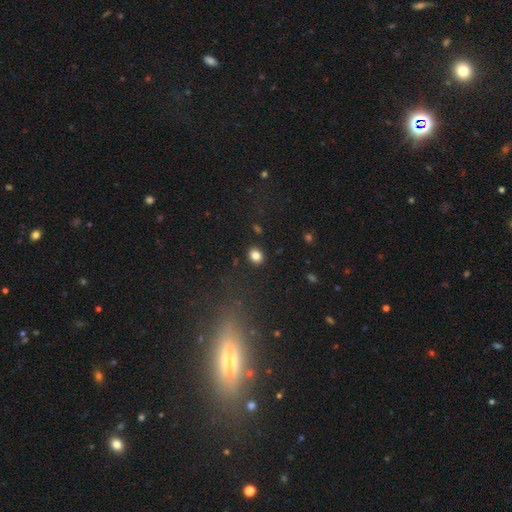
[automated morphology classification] This is clearly a smooth galaxy (83%). How rounded: possibly round (52%). Merging: clearly none (89%).